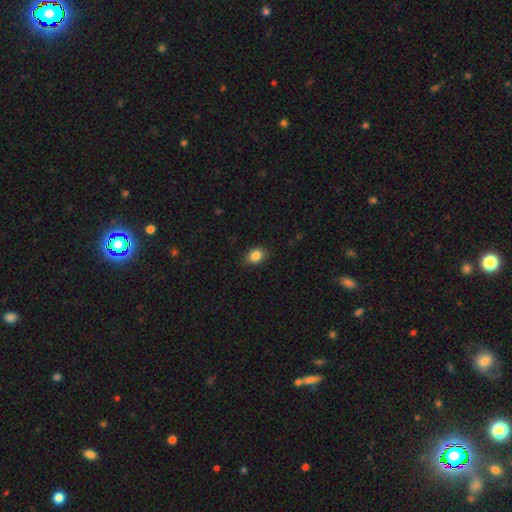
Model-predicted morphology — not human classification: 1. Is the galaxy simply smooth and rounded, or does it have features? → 85% smooth, 10% star or artifact, 6% featured or disk.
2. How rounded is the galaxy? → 59% in between, 40% round, 1% cigar-shaped.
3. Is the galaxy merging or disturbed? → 85% none, 11% minor disturbance, 2% major disturbance, 1% merger.